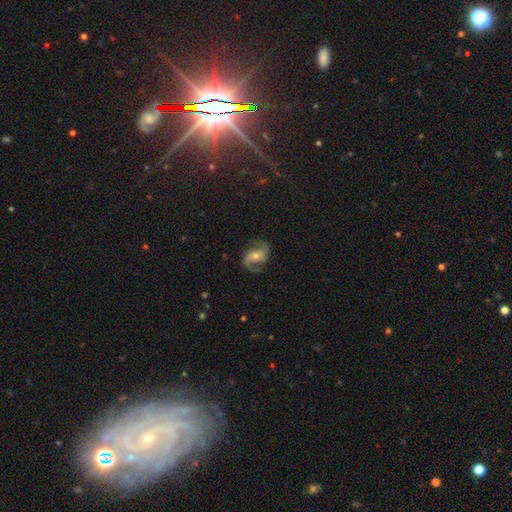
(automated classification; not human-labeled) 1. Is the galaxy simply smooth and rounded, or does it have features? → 86% featured or disk, 8% smooth, 6% star or artifact.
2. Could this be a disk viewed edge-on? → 98% no, 2% yes.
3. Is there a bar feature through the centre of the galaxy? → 52% no, 34% weak, 14% strong.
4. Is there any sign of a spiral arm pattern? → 97% yes, 3% no.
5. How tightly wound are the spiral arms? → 47% medium, 40% loose, 12% tight.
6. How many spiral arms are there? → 92% 2, 2% 1, 2% can't tell, 1% 3, 1% 4, 1% more than 4.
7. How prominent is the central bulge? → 49% small, 45% moderate, 3% large, 3% none, 1% dominant.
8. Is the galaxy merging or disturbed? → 78% none, 14% minor disturbance, 7% major disturbance, 1% merger.